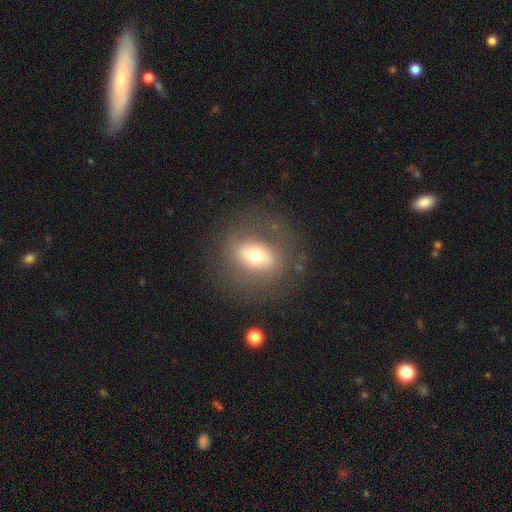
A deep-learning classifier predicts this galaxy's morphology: type=smooth (53%); roundness=round (55%); merging=none (73%).